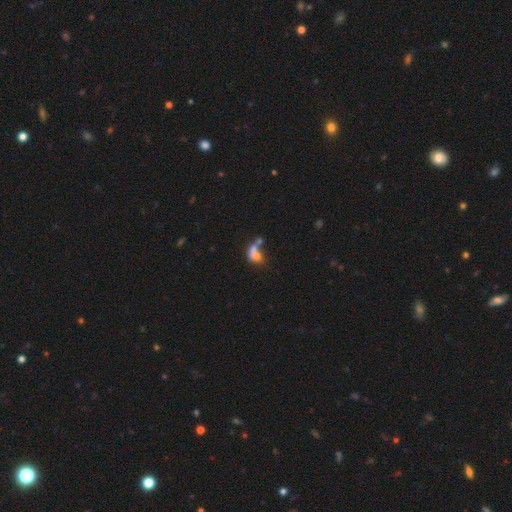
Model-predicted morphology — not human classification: Overall: smooth (61%; featured or disk 25%). How rounded: in between (70%). Merging: merger (55%; none 20%).